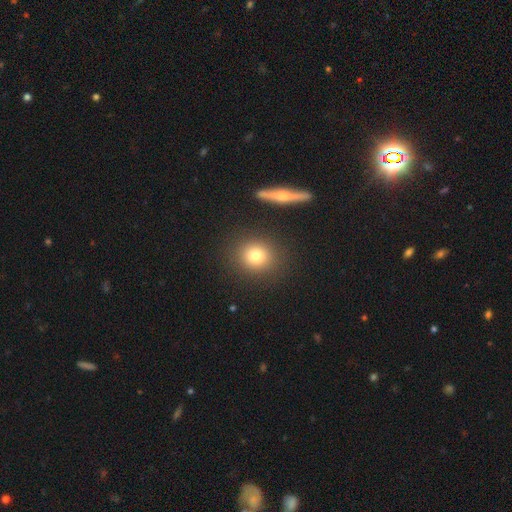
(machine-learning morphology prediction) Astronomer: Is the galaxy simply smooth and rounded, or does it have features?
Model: smooth — 79%.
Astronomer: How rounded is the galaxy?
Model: round — 81%.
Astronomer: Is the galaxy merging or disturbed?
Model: none — 86%.